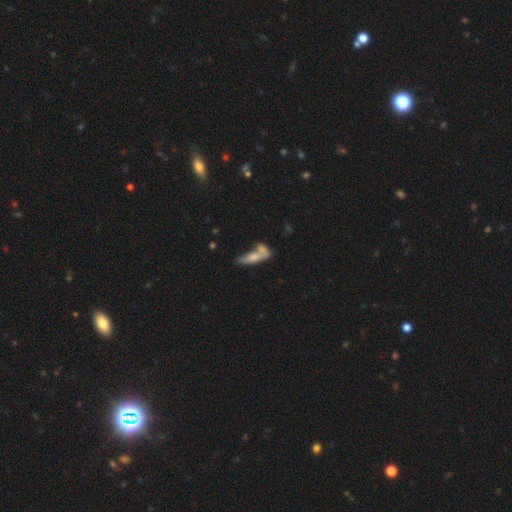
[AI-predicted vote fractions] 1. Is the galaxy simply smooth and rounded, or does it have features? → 67% smooth, 24% featured or disk, 9% star or artifact.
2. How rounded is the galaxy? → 53% cigar-shaped, 44% in between, 4% round.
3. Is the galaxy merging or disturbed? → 47% merger, 32% none, 13% minor disturbance, 8% major disturbance.